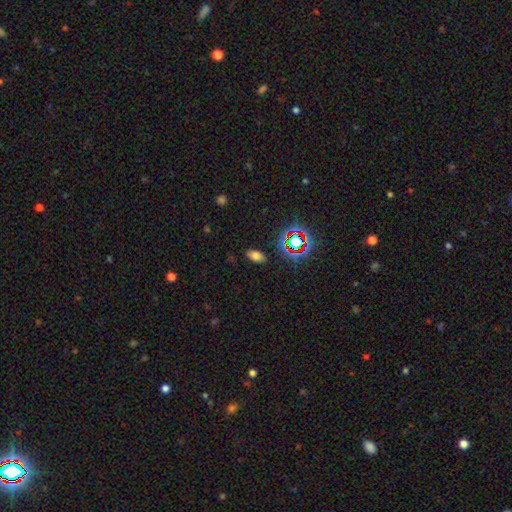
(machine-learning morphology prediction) A smooth galaxy with no disk features (69%) that is in between round and cigar-shaped (89%). Merging: none (85%).